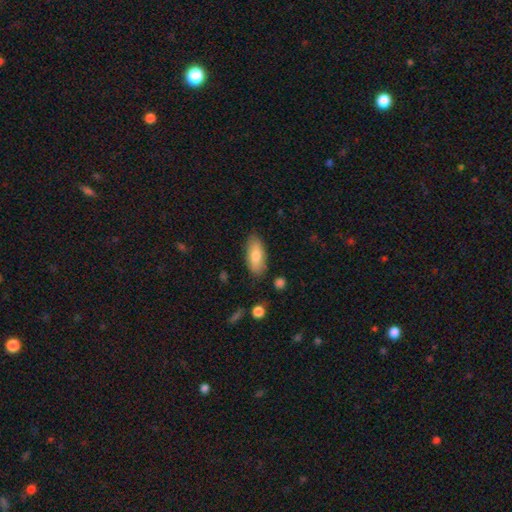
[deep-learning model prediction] smooth 77%, featured or disk 16%, star or artifact 7%. Down the decision tree: how rounded — in between (84%); merging — none (85%).